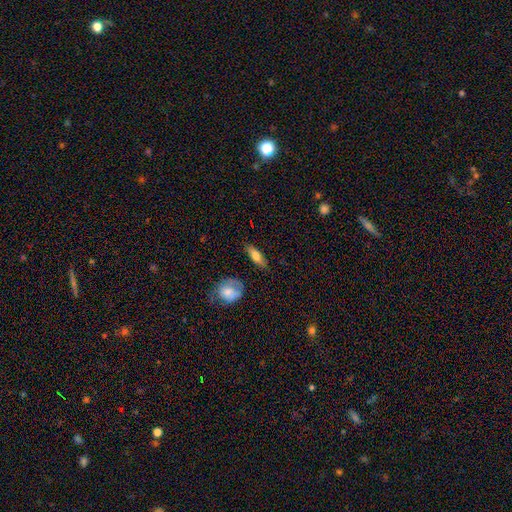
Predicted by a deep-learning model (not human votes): Smooth or featured? smooth (71%)
How rounded? in between (61%)
Merging? none (77%)